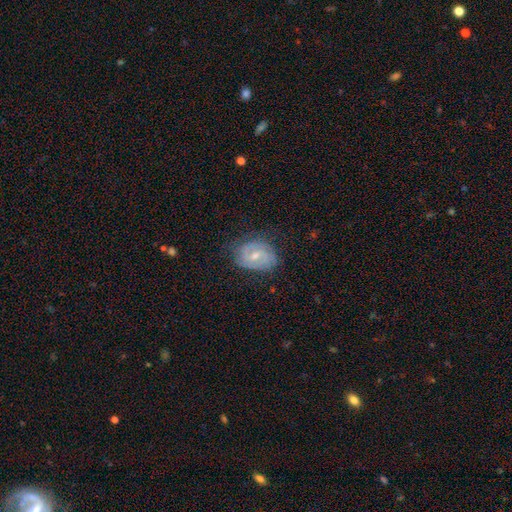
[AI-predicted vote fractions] Q: Smooth or featured?
A: featured or disk (75%); runner-up: smooth (19%)
Q: Edge-on disk?
A: no (97%); runner-up: yes (3%)
Q: Bar?
A: weak (54%); runner-up: no (32%)
Q: Spiral arms?
A: yes (91%); runner-up: no (9%)
Q: Spiral winding?
A: tight (52%); runner-up: medium (37%)
Q: Spiral arm count?
A: 2 (63%); runner-up: can't tell (20%)
Q: Bulge size?
A: moderate (48%); runner-up: small (47%)
Q: Merging?
A: none (72%); runner-up: minor disturbance (20%)